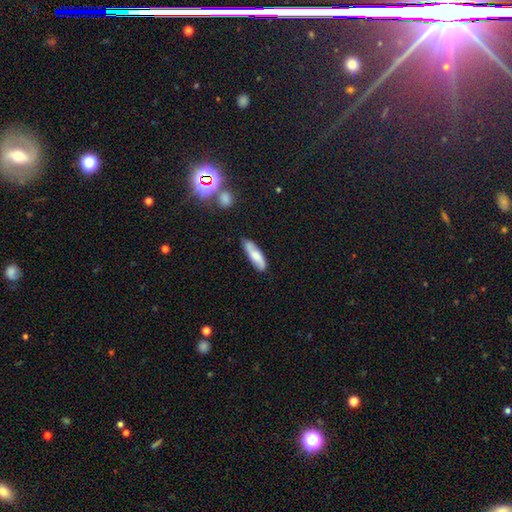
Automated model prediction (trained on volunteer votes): Smooth or featured? smooth (62%)
How rounded? cigar-shaped (56%)
Merging? none (75%)